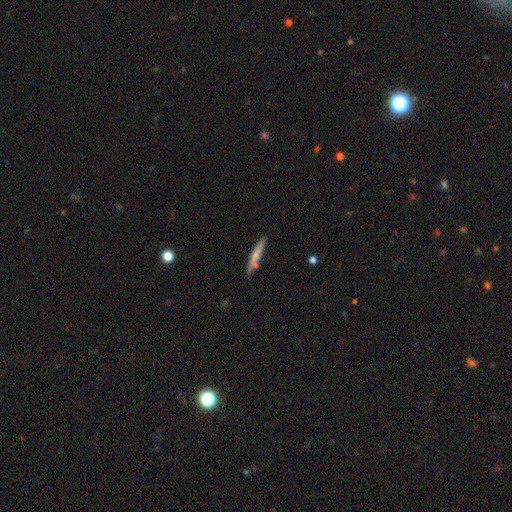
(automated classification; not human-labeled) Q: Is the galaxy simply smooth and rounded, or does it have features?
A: smooth — 66%.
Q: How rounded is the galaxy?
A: cigar-shaped — 94%.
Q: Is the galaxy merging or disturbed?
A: none — 80%.